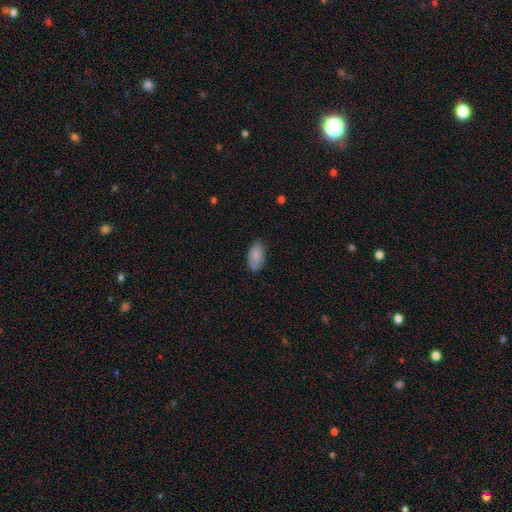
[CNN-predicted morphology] smooth_or_featured: smooth (p=0.86) [alt: featured or disk p=0.08]
how_rounded: in between (p=0.94) [alt: round p=0.04]
merging: none (p=0.81) [alt: minor disturbance p=0.15]